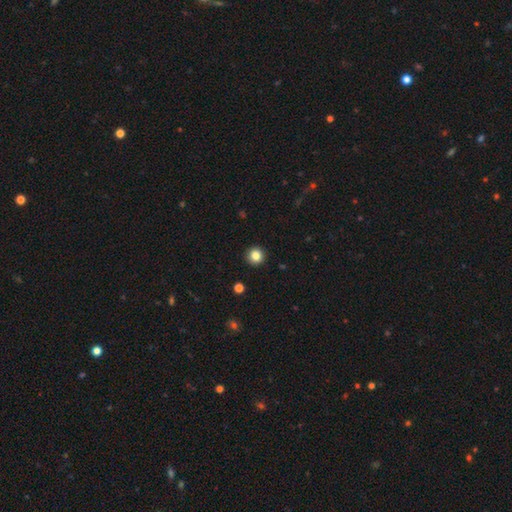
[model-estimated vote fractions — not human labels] Q: Smooth or featured?
A: smooth (84%); runner-up: star or artifact (10%)
Q: How rounded?
A: round (95%); runner-up: in between (4%)
Q: Merging?
A: none (93%); runner-up: minor disturbance (4%)